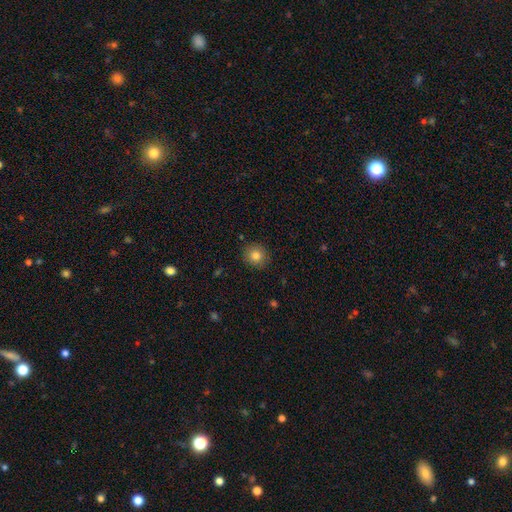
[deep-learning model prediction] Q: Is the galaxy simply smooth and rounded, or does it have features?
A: smooth — 82%.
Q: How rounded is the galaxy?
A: round — 89%.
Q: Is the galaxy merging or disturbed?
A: none — 89%.